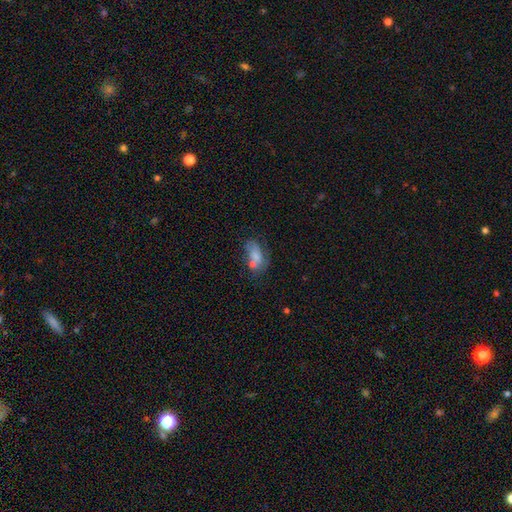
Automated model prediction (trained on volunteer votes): smooth 59%, featured or disk 27%, star or artifact 14%. Down the decision tree: how rounded — in between (83%); merging — none (39%).